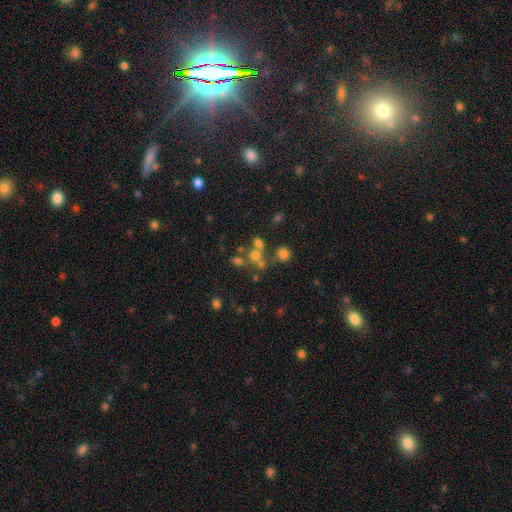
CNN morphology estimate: A smooth galaxy with no disk features (55%) that is round (74%).

Vote fractions:
- Smooth or featured? smooth: 55% / star or artifact: 27% / featured or disk: 18%
- How rounded? round: 74% / in between: 25% / cigar-shaped: 1%
- Merging? none: 46% / merger: 38% / minor disturbance: 9% / major disturbance: 7%